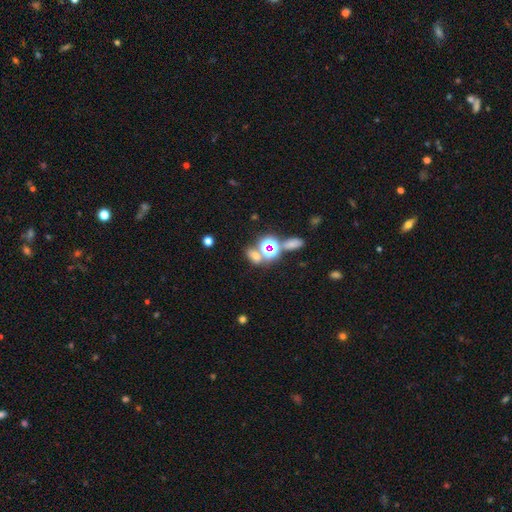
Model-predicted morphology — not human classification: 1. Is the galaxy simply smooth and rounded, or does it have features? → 50% smooth, 39% star or artifact, 11% featured or disk.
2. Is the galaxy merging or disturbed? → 60% none, 23% merger, 11% minor disturbance, 6% major disturbance.